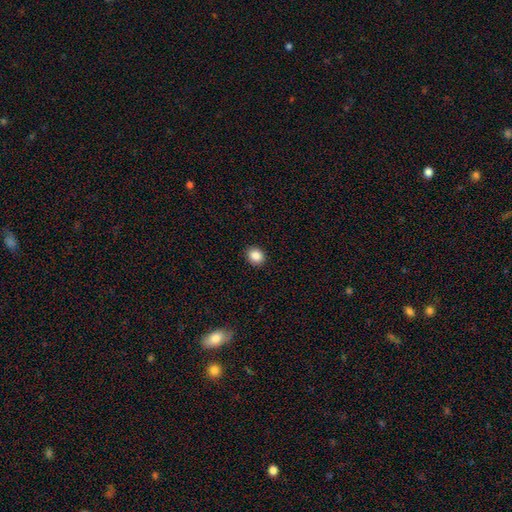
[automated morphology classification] Q: Smooth or featured?
A: smooth (86%); runner-up: star or artifact (10%)
Q: How rounded?
A: round (67%); runner-up: in between (32%)
Q: Merging?
A: none (91%); runner-up: minor disturbance (6%)